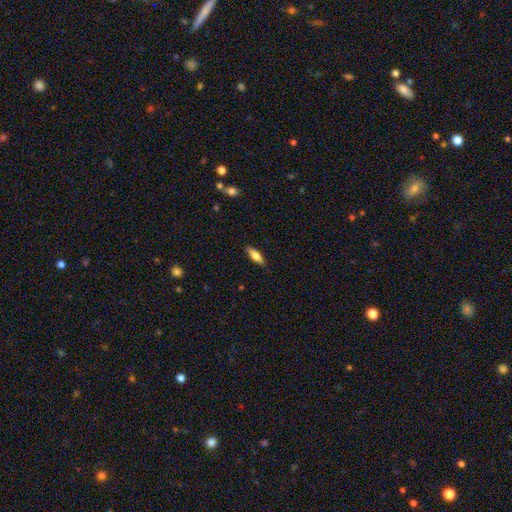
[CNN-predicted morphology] Smooth or featured?
  - smooth: 75% *
  - featured or disk: 19%
  - star or artifact: 6%
How rounded?
  - in between: 51% *
  - cigar-shaped: 47%
  - round: 2%
Merging?
  - none: 85% *
  - minor disturbance: 12%
  - major disturbance: 2%
  - merger: 1%